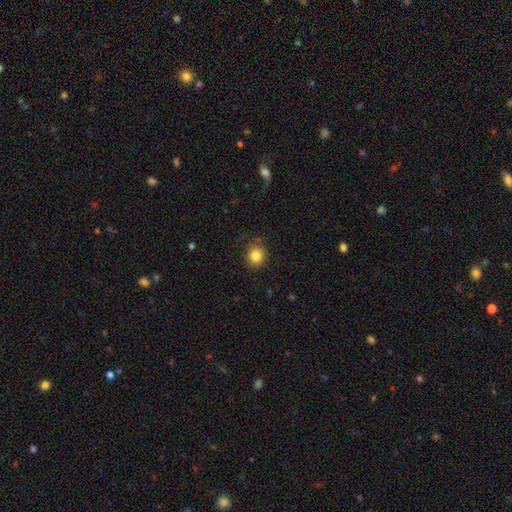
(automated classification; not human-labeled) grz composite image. It shows a smooth galaxy with no disk features (83%) that is round (83%). Merging: none (82%).